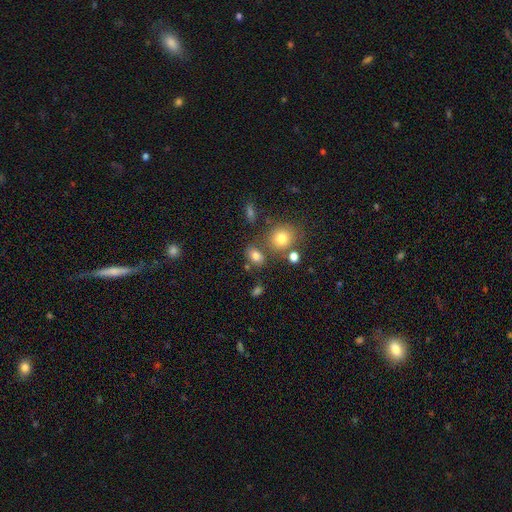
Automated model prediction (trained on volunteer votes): The model was most divided on "how rounded": in between: 66%, round: 32%, cigar-shaped: 2%. More confident: smooth or featured — smooth (77%); merging — none (64%).